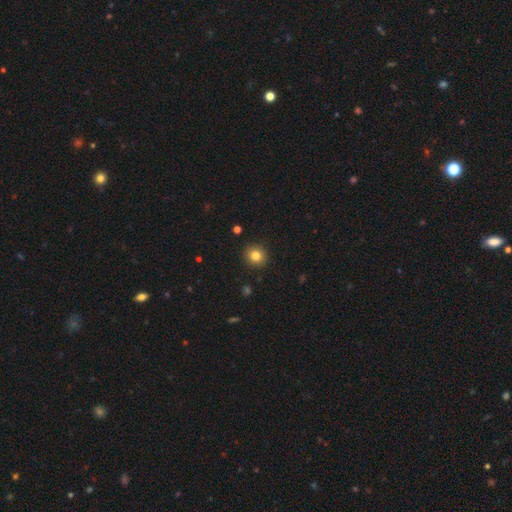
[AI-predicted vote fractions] A smooth galaxy with no disk features (81%) that is round (88%).

Vote fractions:
- Smooth or featured? smooth: 81% / star or artifact: 12% / featured or disk: 7%
- How rounded? round: 88% / in between: 11% / cigar-shaped: 1%
- Merging? none: 91% / minor disturbance: 6% / major disturbance: 2% / merger: 1%